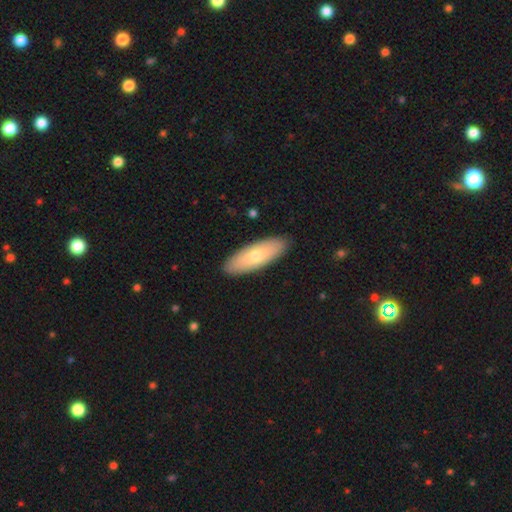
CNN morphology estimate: Q: Smooth or featured?
A: smooth (68%); runner-up: featured or disk (26%)
Q: How rounded?
A: in between (65%); runner-up: cigar-shaped (33%)
Q: Merging?
A: none (90%); runner-up: minor disturbance (7%)